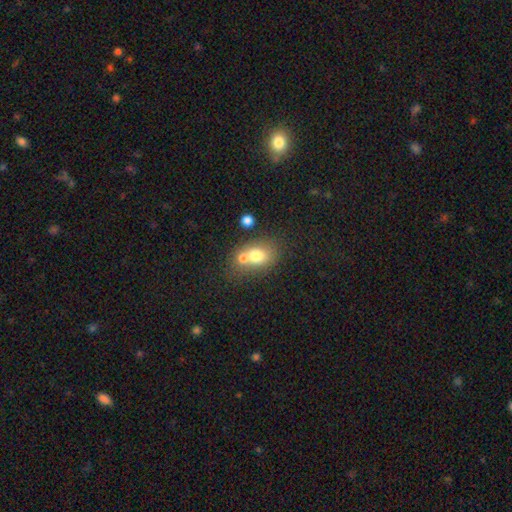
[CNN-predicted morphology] This is likely a smooth galaxy (71%). How rounded: possibly in between (56%). Merging: possibly merger (52%).